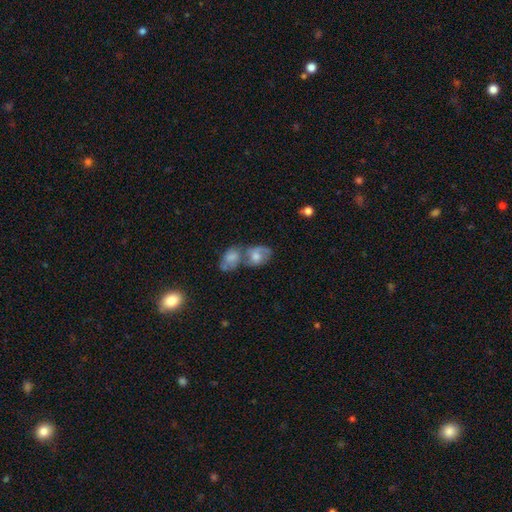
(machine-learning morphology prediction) Smooth or featured?
  - featured or disk: 50% *
  - smooth: 32%
  - star or artifact: 18%
Merging?
  - merger: 46% *
  - none: 37%
  - minor disturbance: 10%
  - major disturbance: 6%